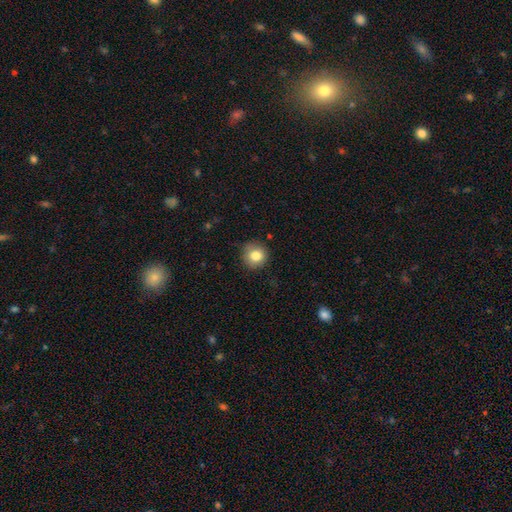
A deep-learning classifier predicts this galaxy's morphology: smooth-or-featured: smooth: 83% | star or artifact: 10% | featured or disk: 8%
  how-rounded: round: 92% | in between: 7% | cigar-shaped: 1%
  merging: none: 84% | minor disturbance: 12% | major disturbance: 3% | merger: 1%